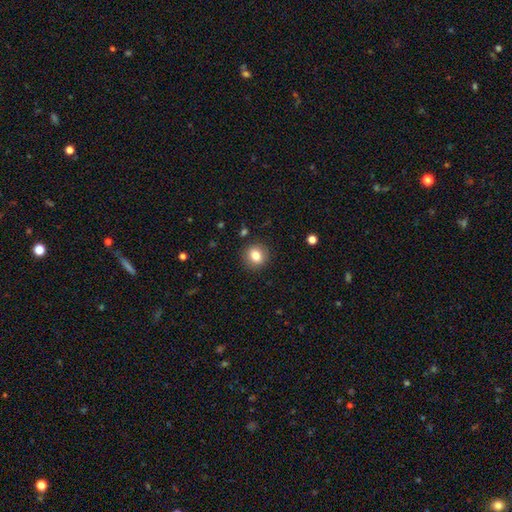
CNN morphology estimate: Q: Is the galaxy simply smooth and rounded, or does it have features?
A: smooth — 81%.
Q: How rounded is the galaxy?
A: round — 86%.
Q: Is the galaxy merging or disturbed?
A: none — 90%.